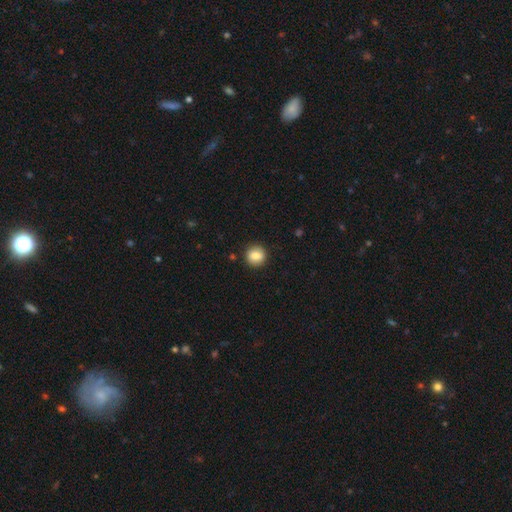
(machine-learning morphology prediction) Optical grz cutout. It shows a smooth galaxy with no disk features (84%) that is round (87%). Merging: none (89%).